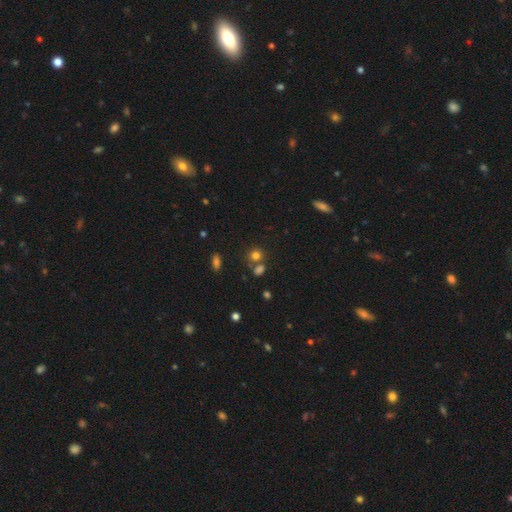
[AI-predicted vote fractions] Smooth or featured?
  - smooth: 76% *
  - star or artifact: 16%
  - featured or disk: 8%
How rounded?
  - round: 78% *
  - in between: 21%
  - cigar-shaped: 1%
Merging?
  - none: 62% *
  - merger: 24%
  - minor disturbance: 10%
  - major disturbance: 4%